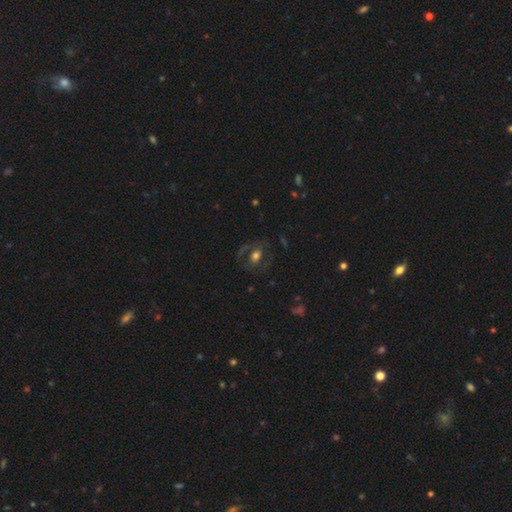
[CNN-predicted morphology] Smooth or featured? Predicted: smooth (p=0.47). Merging? Predicted: none (p=0.69).